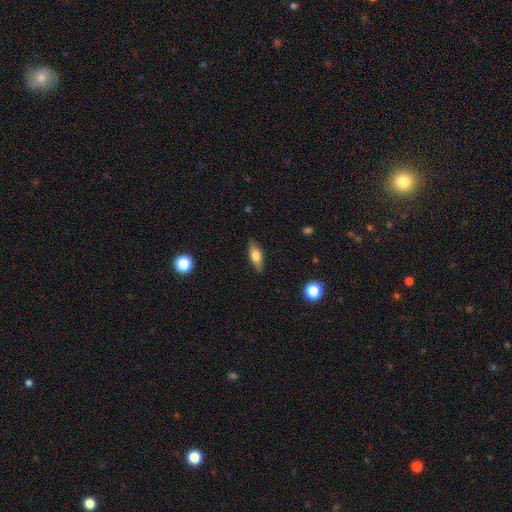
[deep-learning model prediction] smooth_or_featured: smooth (p=0.69) [alt: featured or disk p=0.24]
how_rounded: in between (p=0.69) [alt: cigar-shaped p=0.27]
merging: none (p=0.86) [alt: minor disturbance p=0.10]